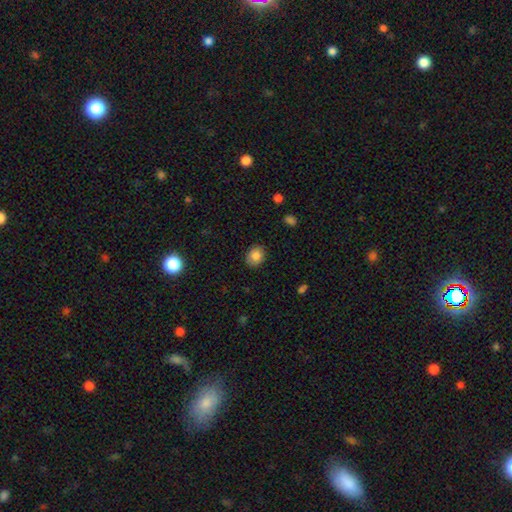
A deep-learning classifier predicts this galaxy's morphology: This is clearly a smooth galaxy (84%). How rounded: possibly round (51%). Merging: clearly none (85%).